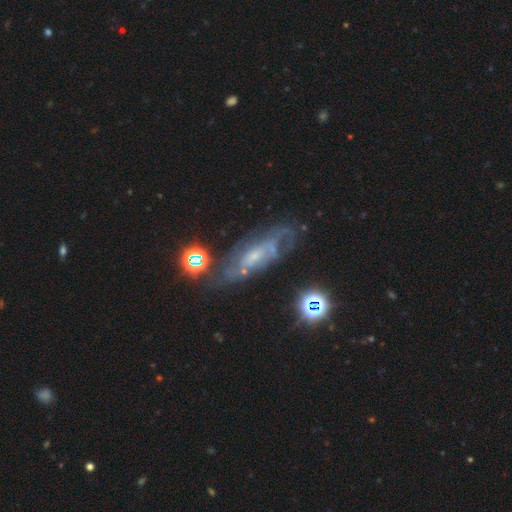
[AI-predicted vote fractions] Overall: featured or disk (77%). Edge-on disk: no (85%). Bar: no (49%; weak 40%). Spiral arms: yes (90%). Spiral arm count: can't tell (44%; 2 32%). Spiral winding: tight (47%; medium 40%). Bulge size: small (62%; moderate 25%). Merging: none (67%).